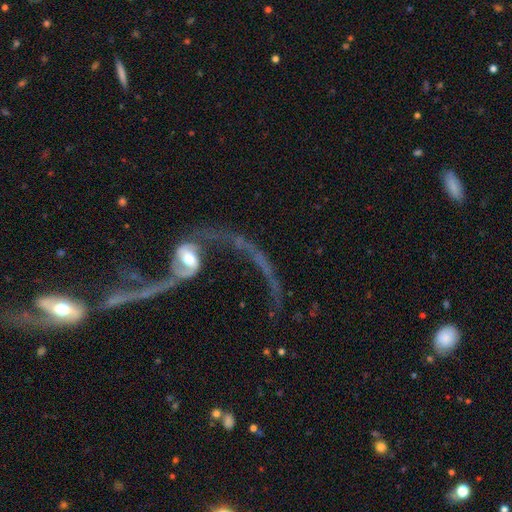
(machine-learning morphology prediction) Smooth or featured: featured or disk — 84% (star or artifact — 8%)
Edge-on disk: no — 94% (yes — 6%)
Bar: no — 50% (weak — 31%)
Spiral arms: yes — 90% (no — 10%)
Spiral winding: loose — 91% (medium — 7%)
Spiral arm count: 2 — 87% (1 — 7%)
Bulge size: moderate — 48% (small — 33%)
Merging: major disturbance — 35% (tied with none — 35%)